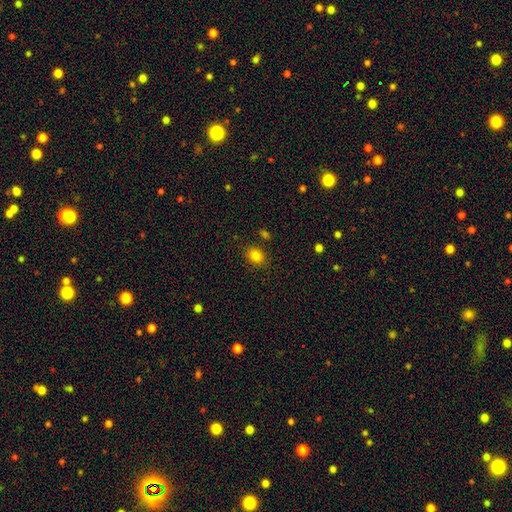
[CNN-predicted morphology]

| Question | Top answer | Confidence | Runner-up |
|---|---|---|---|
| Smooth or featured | smooth | 83% | star or artifact (12%) |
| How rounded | round | 53% | in between (46%) |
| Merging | none | 84% | minor disturbance (10%) |